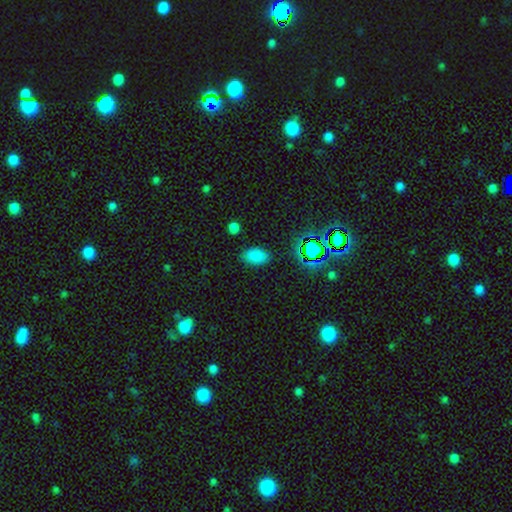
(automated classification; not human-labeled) Q: Smooth or featured?
A: smooth (79%); runner-up: star or artifact (17%)
Q: How rounded?
A: in between (91%); runner-up: round (7%)
Q: Merging?
A: none (84%); runner-up: minor disturbance (11%)